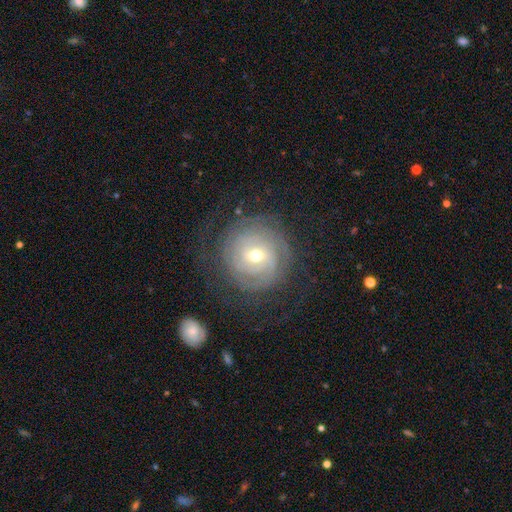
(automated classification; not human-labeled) Overall: featured or disk (82%). Edge-on disk: no (97%). Bar: no (51%; weak 38%). Spiral arms: yes (94%). Spiral arm count: can't tell (39%; 2 22%). Spiral winding: tight (81%). Bulge size: moderate (50%; small 46%). Merging: none (75%).